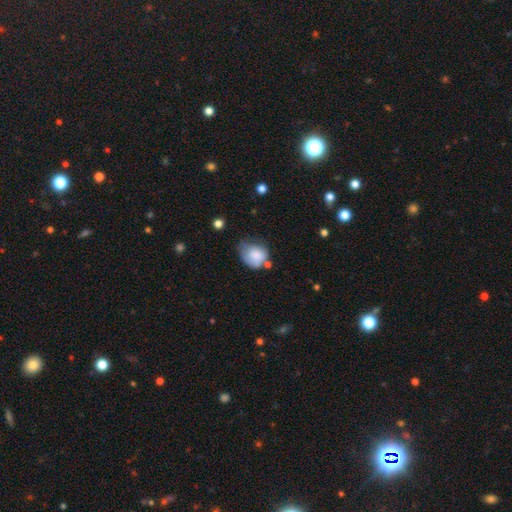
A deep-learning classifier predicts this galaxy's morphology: Smooth or featured: smooth — 78% (featured or disk — 15%)
How rounded: round — 56% (in between — 43%)
Merging: minor disturbance — 39% (none — 35%)